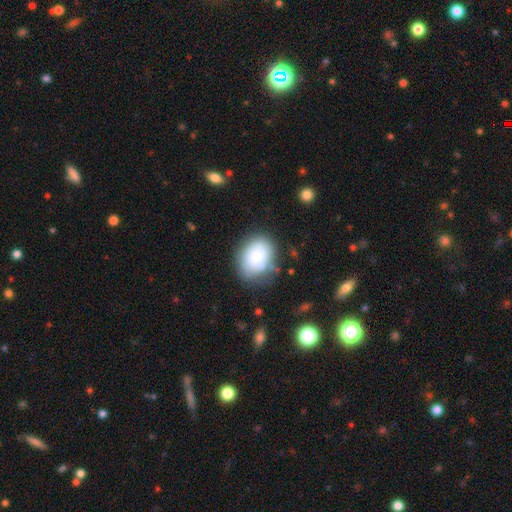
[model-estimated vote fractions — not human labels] A smooth galaxy with no disk features (82%) that is in between round and cigar-shaped (63%).

Vote fractions:
- Smooth or featured? smooth: 82% / featured or disk: 11% / star or artifact: 7%
- How rounded? in between: 63% / round: 36% / cigar-shaped: 1%
- Merging? none: 67% / minor disturbance: 21% / major disturbance: 8% / merger: 4%